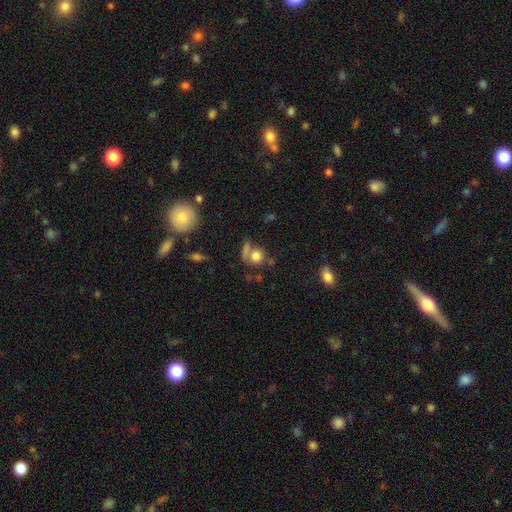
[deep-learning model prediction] smooth 77%, star or artifact 13%, featured or disk 11%. Down the decision tree: how rounded — round (80%); merging — none (53%).